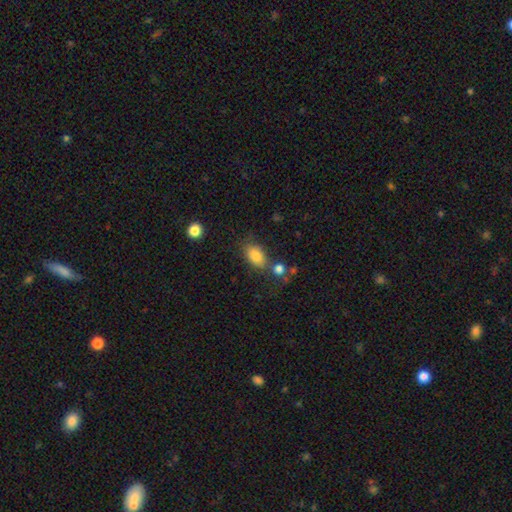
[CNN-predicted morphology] Q: Smooth or featured?
A: smooth (83%); runner-up: star or artifact (9%)
Q: How rounded?
A: in between (86%); runner-up: round (11%)
Q: Merging?
A: none (61%); runner-up: minor disturbance (16%)